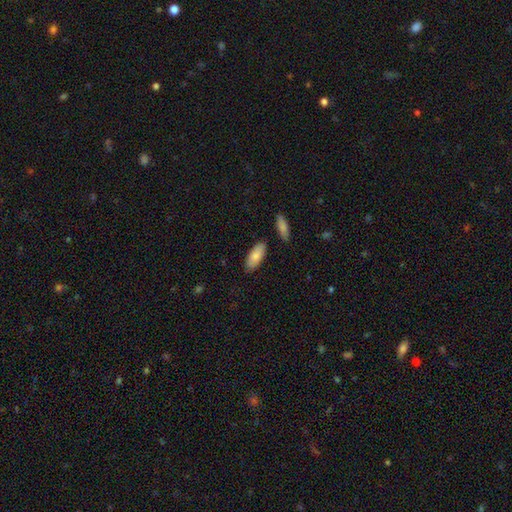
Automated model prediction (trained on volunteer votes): This is clearly a smooth galaxy (84%). How rounded: clearly in between (86%). Merging: clearly none (83%).